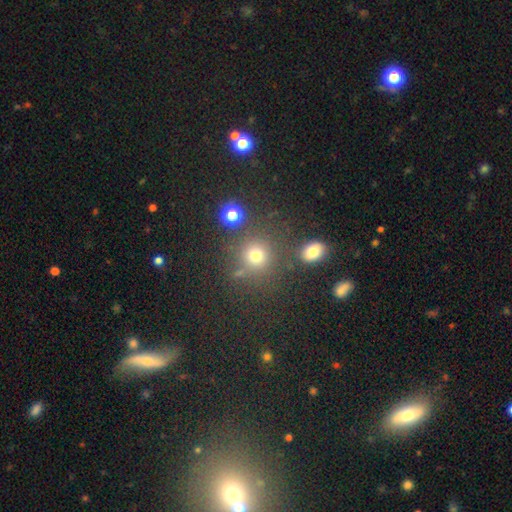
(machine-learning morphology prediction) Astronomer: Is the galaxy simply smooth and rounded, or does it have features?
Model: smooth — 72%.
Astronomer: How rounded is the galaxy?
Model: round — 91%.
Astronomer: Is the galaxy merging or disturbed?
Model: none — 78%.